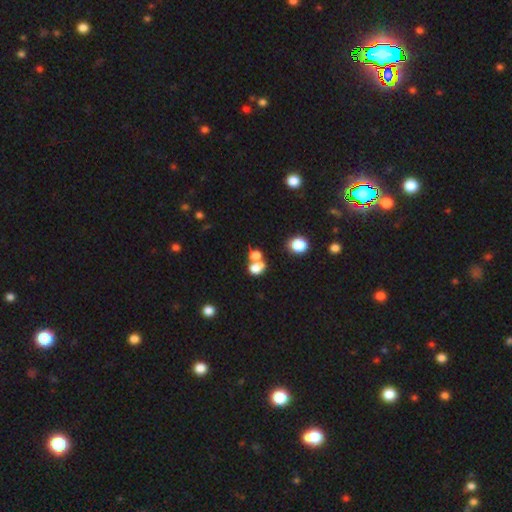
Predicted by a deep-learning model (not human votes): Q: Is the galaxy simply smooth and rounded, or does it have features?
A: smooth — 71%.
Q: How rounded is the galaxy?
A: in between — 55%.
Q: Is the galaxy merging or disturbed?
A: merger — 60%.